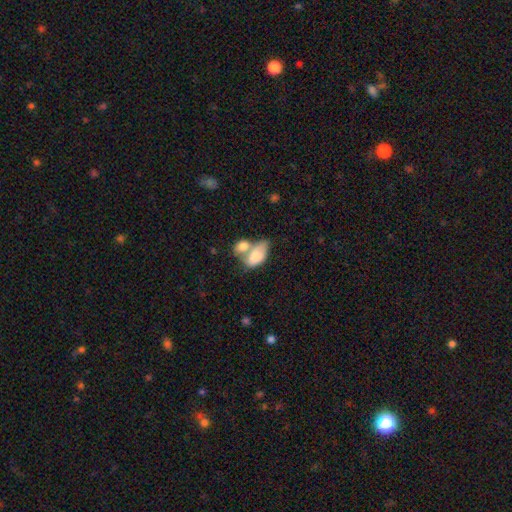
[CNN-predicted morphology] Q: Smooth or featured?
A: smooth (77%); runner-up: featured or disk (17%)
Q: How rounded?
A: in between (91%); runner-up: round (7%)
Q: Merging?
A: merger (65%); runner-up: none (18%)